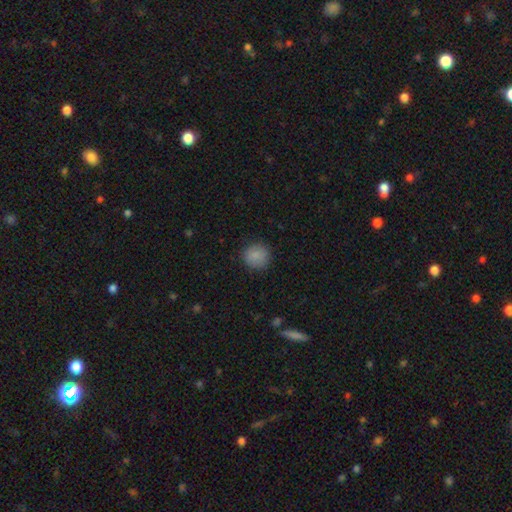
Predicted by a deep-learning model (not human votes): smooth_or_featured: smooth (p=0.86) [alt: star or artifact p=0.09]
how_rounded: round (p=0.92) [alt: in between p=0.08]
merging: none (p=0.88) [alt: minor disturbance p=0.09]